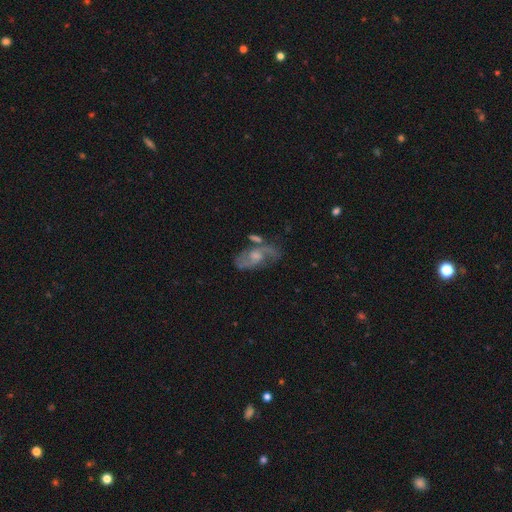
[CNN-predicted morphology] Smooth or featured?
  - featured or disk: 72% *
  - smooth: 18%
  - star or artifact: 11%
Edge-on disk?
  - no: 93% *
  - yes: 7%
Bar?
  - no: 62% *
  - weak: 32%
  - strong: 6%
Spiral arms?
  - yes: 84% *
  - no: 16%
Spiral winding?
  - medium: 47% *
  - loose: 31%
  - tight: 22%
Spiral arm count?
  - 2: 72% *
  - can't tell: 15%
  - 1: 6%
  - 3: 3%
  - 4: 2%
  - more than 4: 2%
Bulge size?
  - moderate: 54% *
  - small: 28%
  - large: 9%
  - none: 7%
  - dominant: 2%
Merging?
  - none: 56% *
  - minor disturbance: 19%
  - merger: 13%
  - major disturbance: 12%